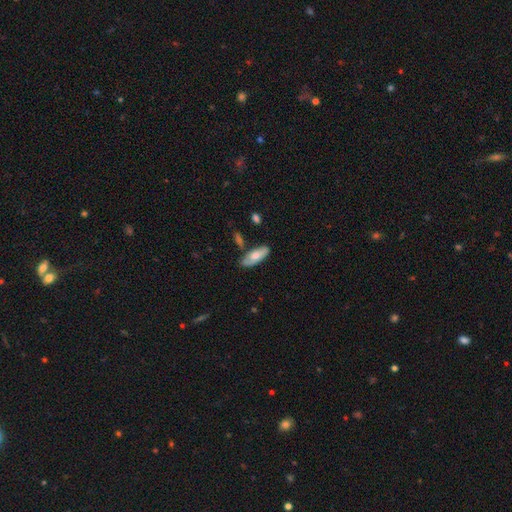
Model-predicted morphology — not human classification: A smooth galaxy with no disk features (61%) that is in between round and cigar-shaped (78%). Merging: none (69%).